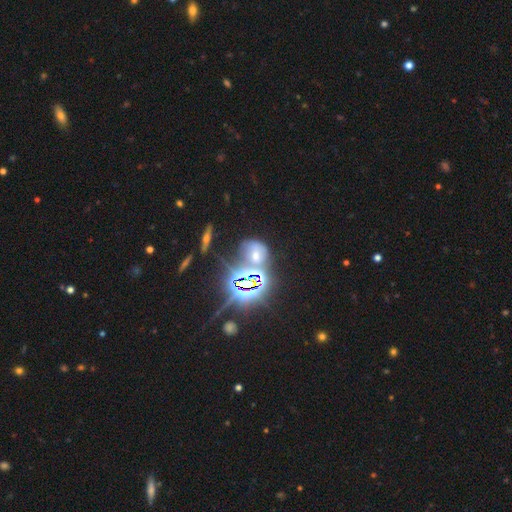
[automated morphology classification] This is possibly a star or artifact rather than a galaxy (60%).